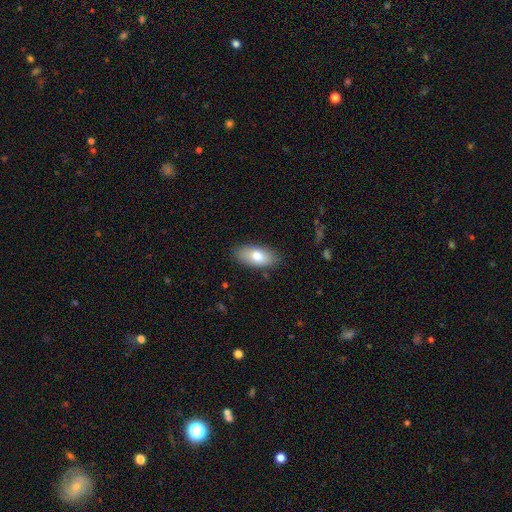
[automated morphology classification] Smooth or featured?
  - smooth: 78% *
  - featured or disk: 16%
  - star or artifact: 7%
How rounded?
  - in between: 90% *
  - cigar-shaped: 7%
  - round: 3%
Merging?
  - none: 85% *
  - minor disturbance: 12%
  - major disturbance: 3%
  - merger: 1%